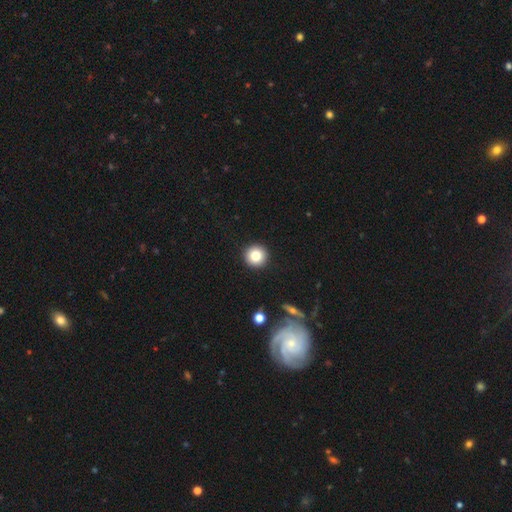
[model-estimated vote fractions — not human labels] This is clearly a smooth galaxy (81%). How rounded: clearly round (95%). Merging: clearly none (93%).